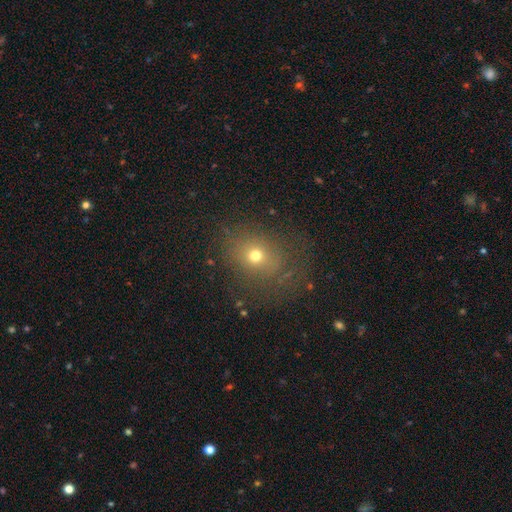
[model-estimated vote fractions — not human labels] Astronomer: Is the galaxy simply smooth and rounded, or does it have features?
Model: smooth — 66%.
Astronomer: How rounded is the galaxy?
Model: round — 61% (runner-up: in between, 37%).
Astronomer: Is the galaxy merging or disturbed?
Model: none — 76%.